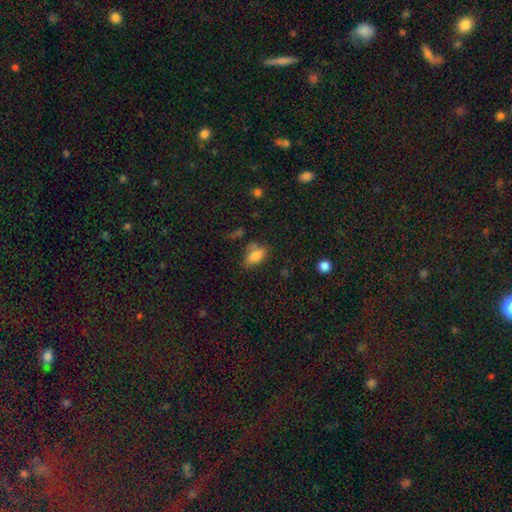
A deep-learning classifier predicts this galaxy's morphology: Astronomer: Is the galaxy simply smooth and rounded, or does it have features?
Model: smooth — 79%.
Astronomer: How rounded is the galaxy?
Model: in between — 87%.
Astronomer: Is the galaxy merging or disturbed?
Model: none — 58%.